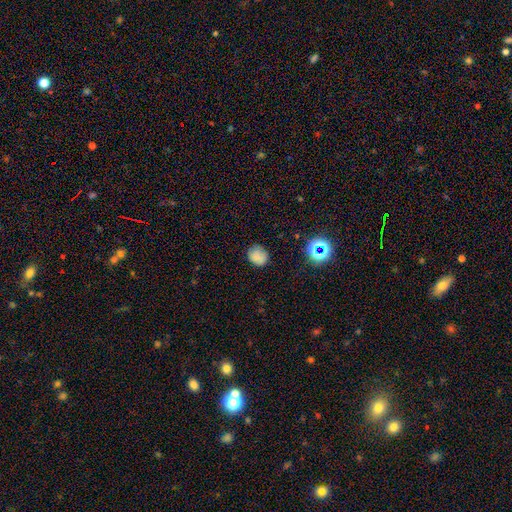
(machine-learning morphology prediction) smooth-or-featured: smooth: 80% | star or artifact: 15% | featured or disk: 6%
  how-rounded: round: 76% | in between: 23% | cigar-shaped: 1%
  merging: none: 81% | minor disturbance: 15% | major disturbance: 3% | merger: 1%